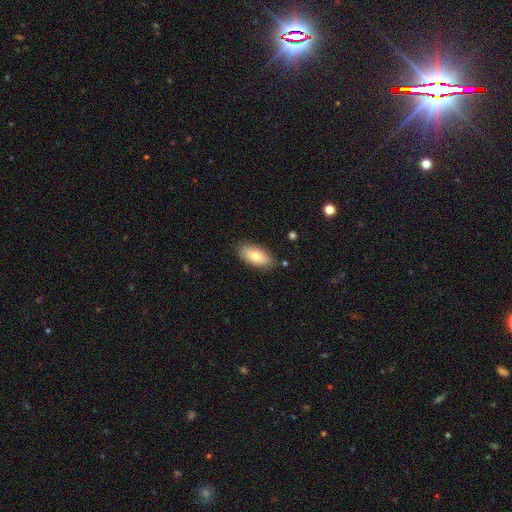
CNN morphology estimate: A smooth galaxy with no disk features (75%) that is in between round and cigar-shaped (91%).

Vote fractions:
- Smooth or featured? smooth: 75% / featured or disk: 18% / star or artifact: 7%
- How rounded? in between: 91% / cigar-shaped: 6% / round: 3%
- Merging? none: 84% / minor disturbance: 12% / major disturbance: 2% / merger: 2%